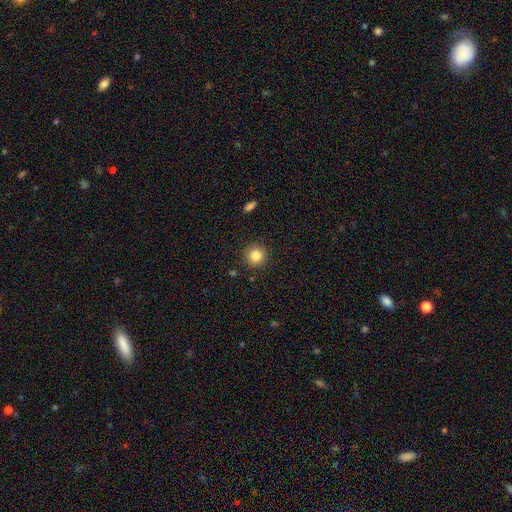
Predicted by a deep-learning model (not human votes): Q: Smooth or featured?
A: smooth (84%); runner-up: star or artifact (11%)
Q: How rounded?
A: round (94%); runner-up: in between (5%)
Q: Merging?
A: none (90%); runner-up: minor disturbance (6%)